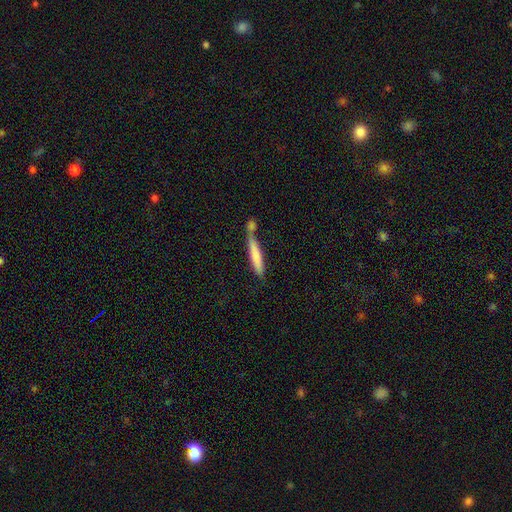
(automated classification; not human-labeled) Q: Smooth or featured?
A: smooth (72%); runner-up: featured or disk (22%)
Q: How rounded?
A: cigar-shaped (90%); runner-up: in between (8%)
Q: Merging?
A: none (45%); runner-up: merger (35%)